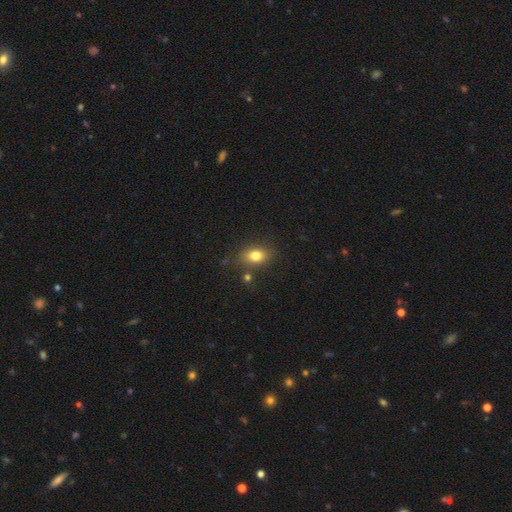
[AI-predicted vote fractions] smooth_or_featured: smooth (p=0.79) [alt: star or artifact p=0.11]
how_rounded: in between (p=0.73) [alt: round p=0.25]
merging: none (p=0.77) [alt: minor disturbance p=0.13]